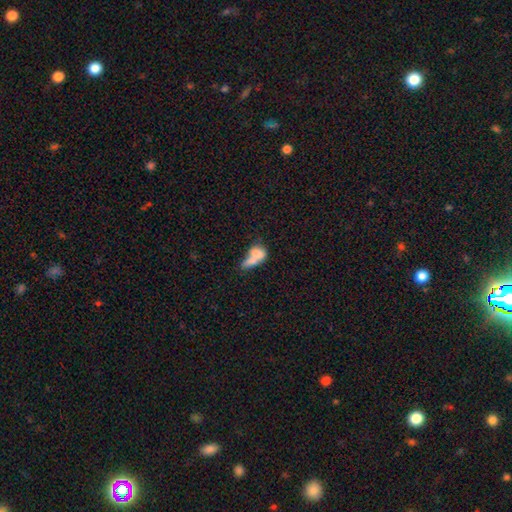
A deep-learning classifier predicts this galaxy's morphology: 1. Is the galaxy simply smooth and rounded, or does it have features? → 69% smooth, 22% featured or disk, 10% star or artifact.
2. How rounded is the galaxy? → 76% in between, 16% round, 8% cigar-shaped.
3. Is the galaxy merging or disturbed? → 63% merger, 17% none, 10% minor disturbance, 10% major disturbance.